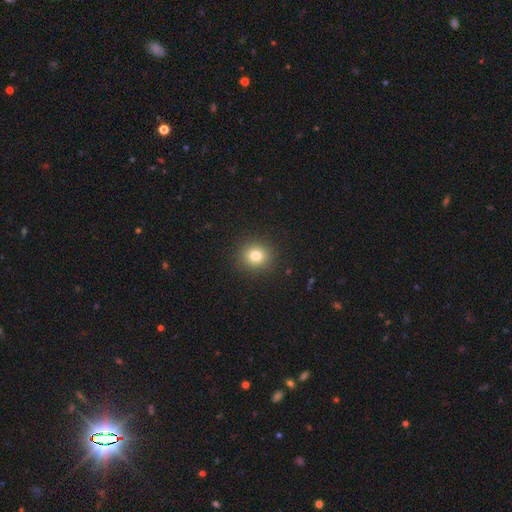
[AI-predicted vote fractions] smooth-or-featured: smooth: 79% | star or artifact: 13% | featured or disk: 8%
  how-rounded: round: 88% | in between: 11% | cigar-shaped: 1%
  merging: none: 91% | minor disturbance: 6% | major disturbance: 2% | merger: 1%